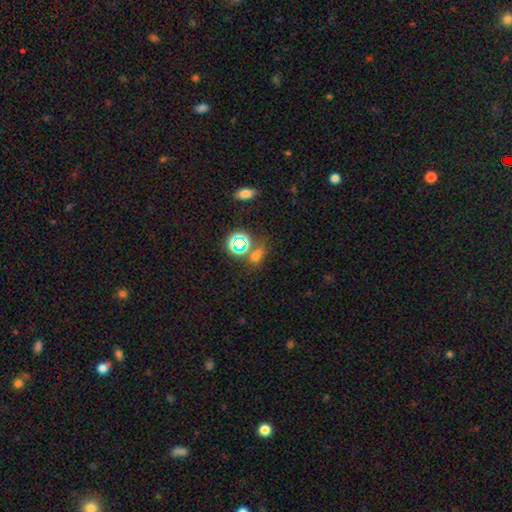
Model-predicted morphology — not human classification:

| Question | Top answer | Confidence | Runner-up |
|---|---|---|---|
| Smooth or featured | smooth | 49% | star or artifact (42%) |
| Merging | none | 63% | merger (18%) |